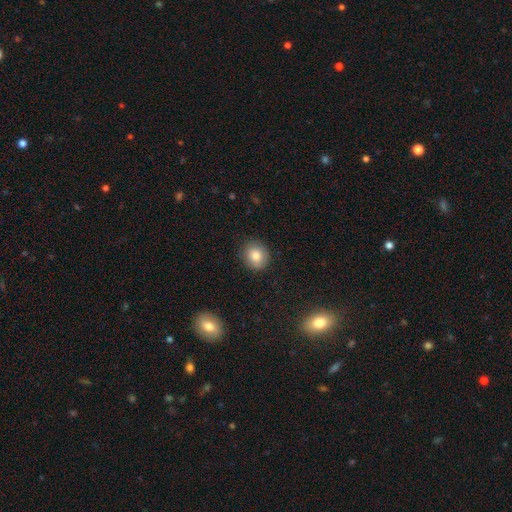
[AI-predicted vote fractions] Smooth or featured: smooth — 83% (star or artifact — 9%)
How rounded: round — 80% (in between — 19%)
Merging: none — 88% (minor disturbance — 9%)